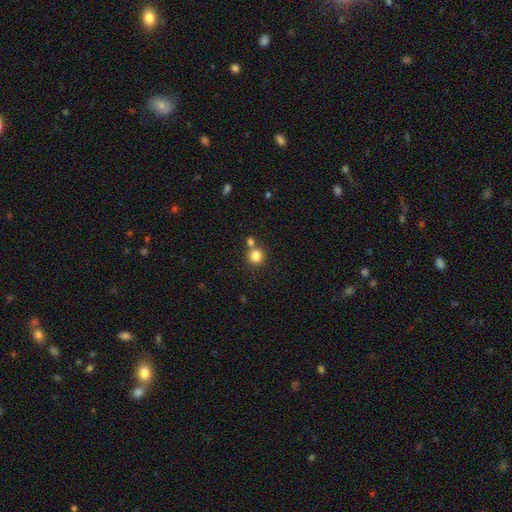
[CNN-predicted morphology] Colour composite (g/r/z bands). It shows a smooth galaxy with no disk features (83%) that is round (92%). Merging: none (67%).